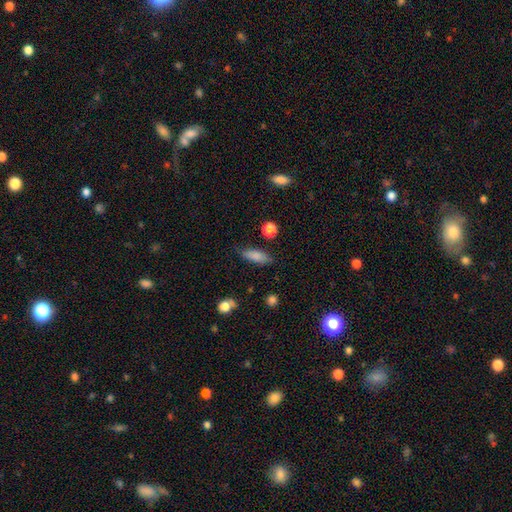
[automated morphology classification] smooth_or_featured: smooth (p=0.82) [alt: featured or disk p=0.10]
how_rounded: in between (p=0.65) [alt: cigar-shaped p=0.32]
merging: none (p=0.80) [alt: minor disturbance p=0.15]